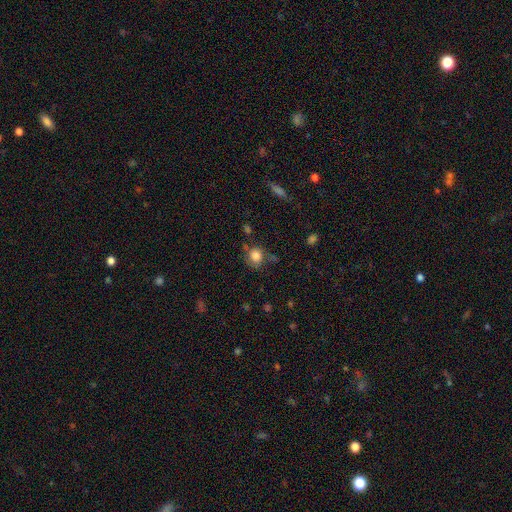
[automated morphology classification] Smooth or featured?
  - smooth: 83% *
  - star or artifact: 10%
  - featured or disk: 7%
How rounded?
  - round: 79% *
  - in between: 20%
  - cigar-shaped: 1%
Merging?
  - none: 63% *
  - minor disturbance: 21%
  - major disturbance: 8%
  - merger: 8%